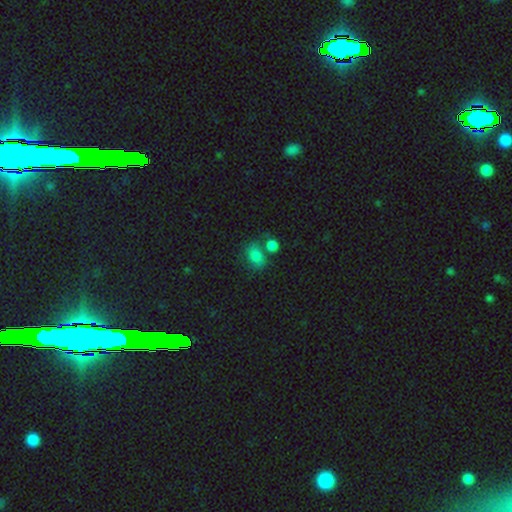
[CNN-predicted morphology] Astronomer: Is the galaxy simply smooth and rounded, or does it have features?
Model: smooth — 74%.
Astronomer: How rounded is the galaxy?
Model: in between — 60% (runner-up: round, 39%).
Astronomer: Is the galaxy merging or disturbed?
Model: none — 45% (runner-up: merger, 29%).